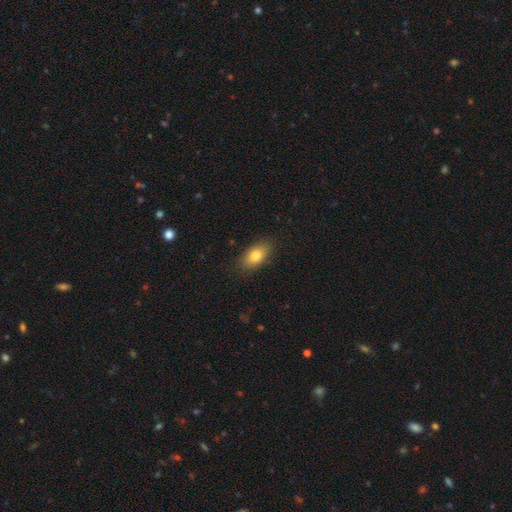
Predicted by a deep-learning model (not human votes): smooth_or_featured: smooth (p=0.80) [alt: featured or disk p=0.12]
how_rounded: in between (p=0.88) [alt: round p=0.07]
merging: none (p=0.86) [alt: minor disturbance p=0.11]